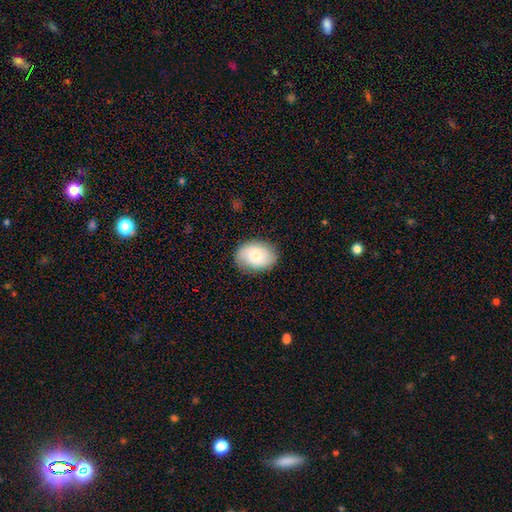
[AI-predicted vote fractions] A smooth galaxy with no disk features (68%) that is in between round and cigar-shaped (74%). Merging: none (84%).